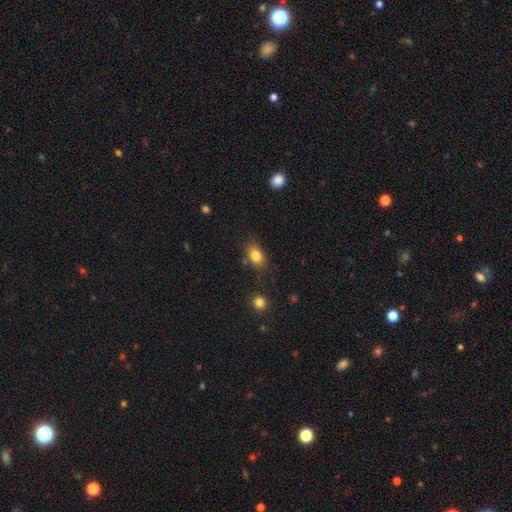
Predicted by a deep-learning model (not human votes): This appears to be a smooth galaxy with no disk features (83%) that is in between round and cigar-shaped (82%). Merging: none (76%).